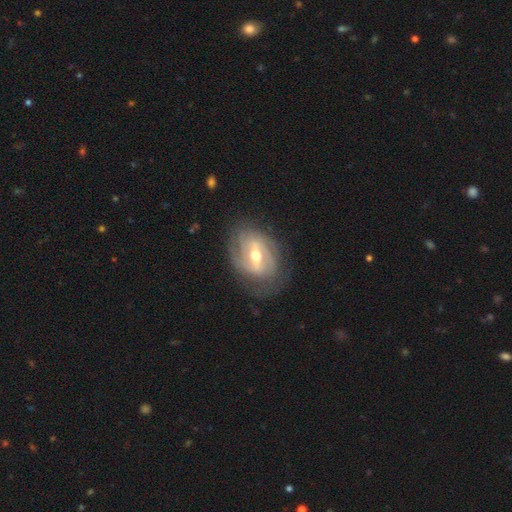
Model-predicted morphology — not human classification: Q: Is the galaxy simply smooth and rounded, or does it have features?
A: featured or disk — 83%.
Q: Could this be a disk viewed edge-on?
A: no — 95%.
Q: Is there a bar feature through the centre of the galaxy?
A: weak — 43%.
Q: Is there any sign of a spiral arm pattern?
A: yes — 89%.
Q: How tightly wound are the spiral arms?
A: tight — 55%.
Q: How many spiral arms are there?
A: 2 — 46%.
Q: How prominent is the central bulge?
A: moderate — 74%.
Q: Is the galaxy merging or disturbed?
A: none — 71%.